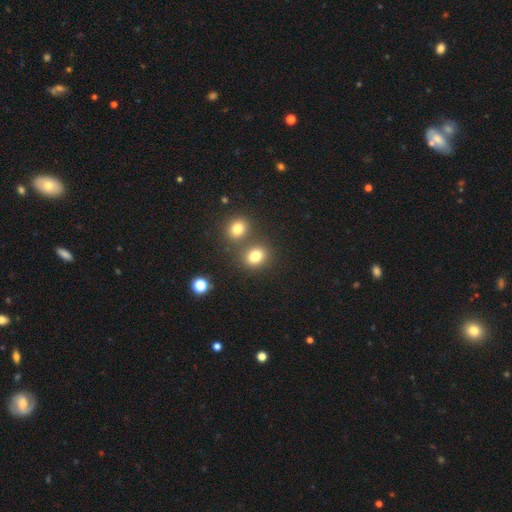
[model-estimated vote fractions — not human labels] A smooth galaxy with no disk features (80%) that is round (58%). Merging: none (64%).